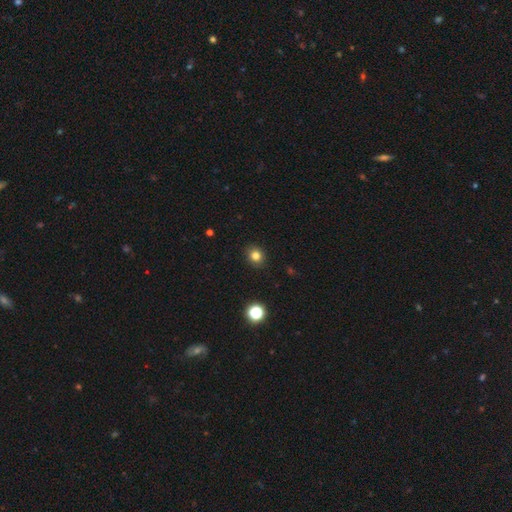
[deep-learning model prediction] smooth 81%, star or artifact 13%, featured or disk 6%. Down the decision tree: how rounded — round (77%); merging — none (91%).